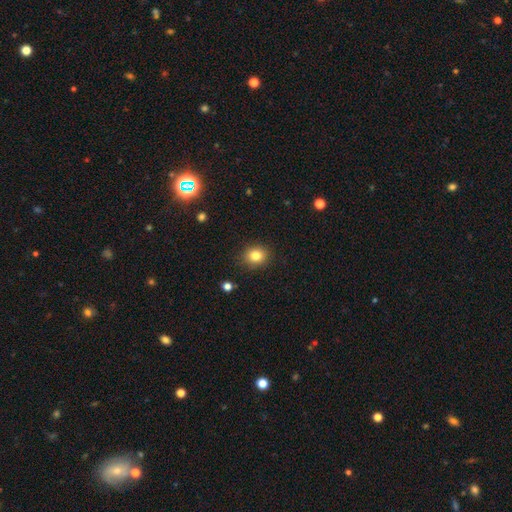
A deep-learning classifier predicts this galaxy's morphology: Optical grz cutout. It shows a smooth galaxy with no disk features (82%) that is round (75%). Merging: none (88%).